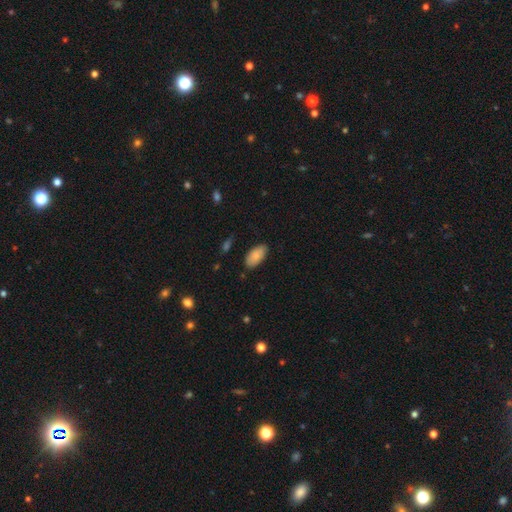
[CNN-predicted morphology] This appears to be a smooth galaxy with no disk features (84%) that is in between round and cigar-shaped (94%). Merging: none (82%).